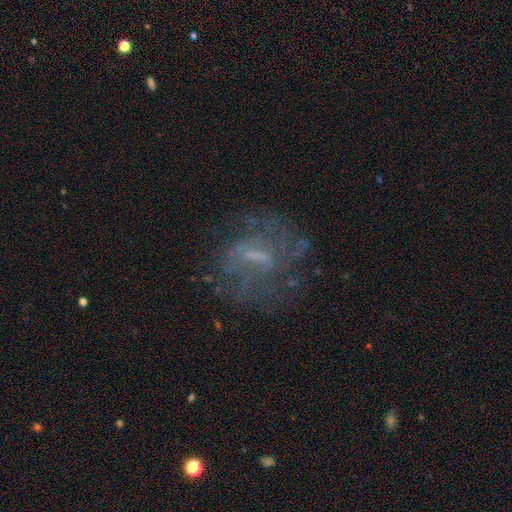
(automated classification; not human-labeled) This appears to be a featured or disk galaxy (62%) with a weak bar (50%), spiral arms (56%) and a small central bulge (44%). Merging: none (63%).